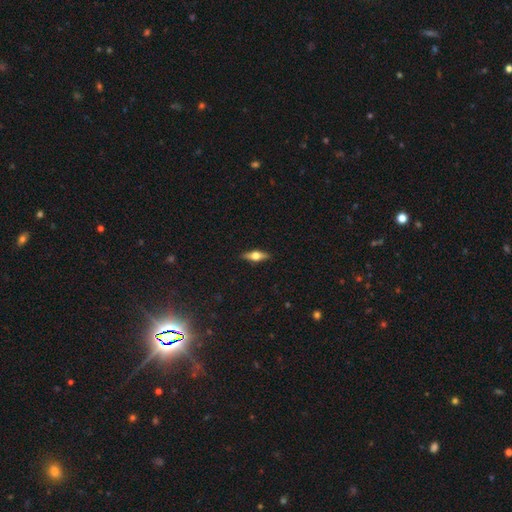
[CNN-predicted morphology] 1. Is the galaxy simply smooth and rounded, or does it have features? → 55% featured or disk, 38% smooth, 7% star or artifact.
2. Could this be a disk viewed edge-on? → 94% yes, 6% no.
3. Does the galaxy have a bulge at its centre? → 94% rounded, 4% boxy, 2% none.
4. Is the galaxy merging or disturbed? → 90% none, 8% minor disturbance, 2% major disturbance, 1% merger.